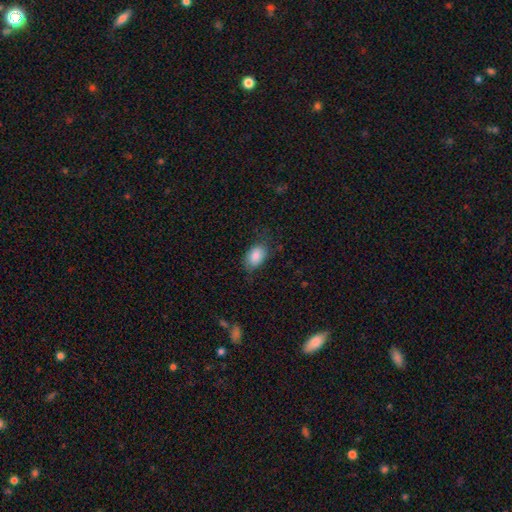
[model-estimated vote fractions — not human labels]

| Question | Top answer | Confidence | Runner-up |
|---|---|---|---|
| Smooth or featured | smooth | 84% | featured or disk (9%) |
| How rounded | in between | 88% | round (10%) |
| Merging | none | 68% | minor disturbance (22%) |